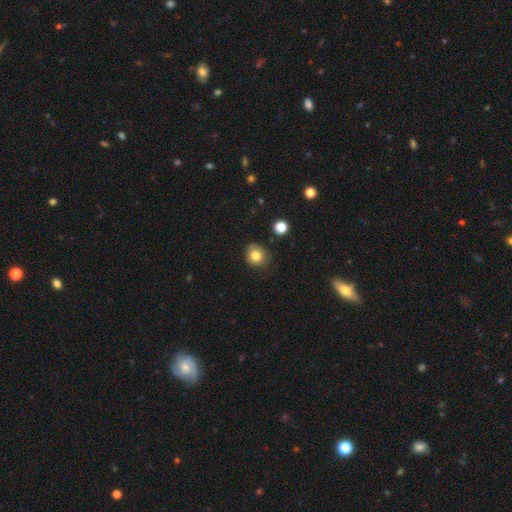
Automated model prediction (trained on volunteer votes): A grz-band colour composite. It shows a smooth galaxy with no disk features (81%) that is round (87%). Merging: none (75%).